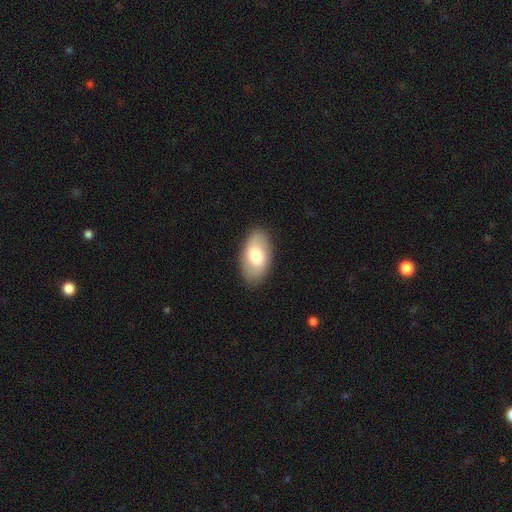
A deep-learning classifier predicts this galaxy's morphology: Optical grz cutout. It shows a smooth galaxy with no disk features (70%) that is in between round and cigar-shaped (94%). Merging: none (87%).